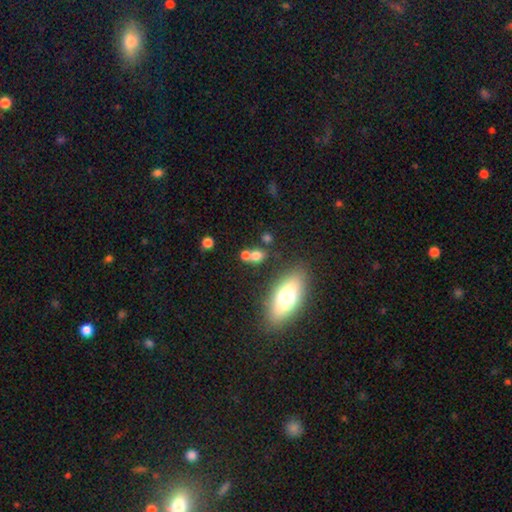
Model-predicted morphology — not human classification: Smooth or featured? Predicted: smooth (p=0.72). How rounded? Predicted: round (p=0.49). Merging? Predicted: none (p=0.51).